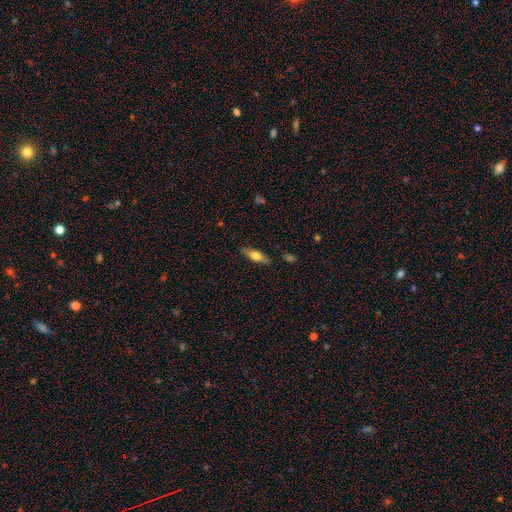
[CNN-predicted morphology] type=smooth (62%); roundness=in between (52%); merging=none (86%).